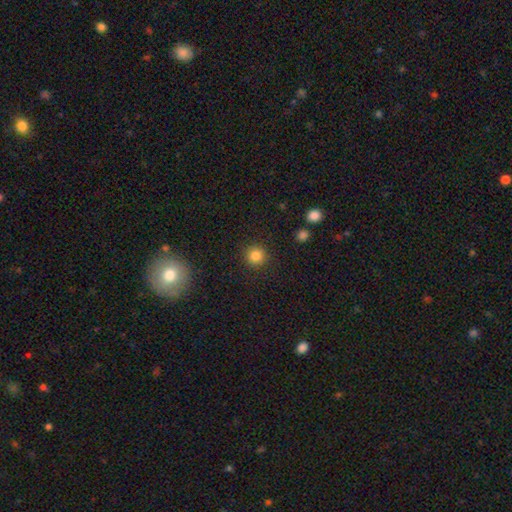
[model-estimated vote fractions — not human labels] Q: Smooth or featured?
A: smooth (83%); runner-up: star or artifact (12%)
Q: How rounded?
A: round (94%); runner-up: in between (5%)
Q: Merging?
A: none (91%); runner-up: minor disturbance (6%)